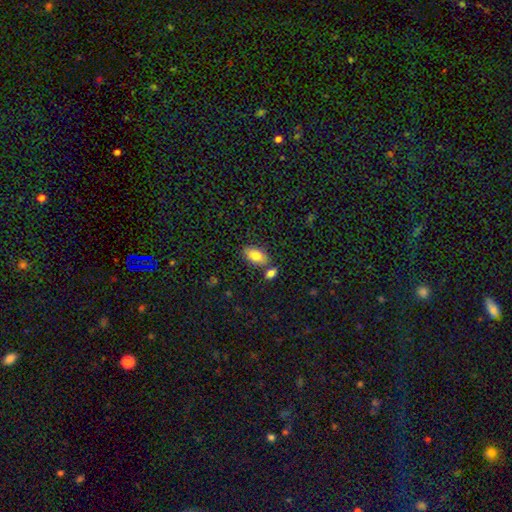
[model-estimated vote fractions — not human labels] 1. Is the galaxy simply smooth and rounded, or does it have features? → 84% smooth, 9% featured or disk, 7% star or artifact.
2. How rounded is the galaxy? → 93% in between, 4% round, 3% cigar-shaped.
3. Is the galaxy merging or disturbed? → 72% none, 13% merger, 12% minor disturbance, 3% major disturbance.